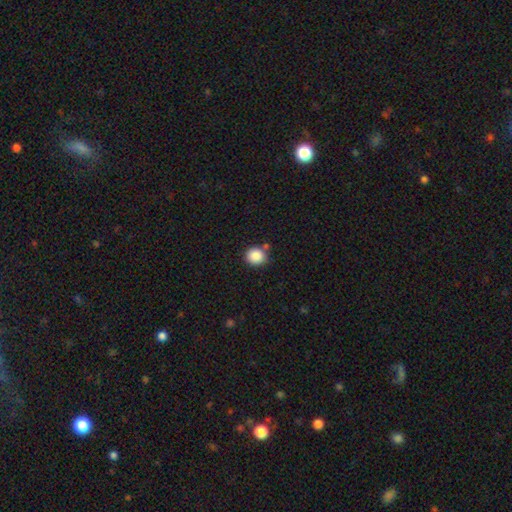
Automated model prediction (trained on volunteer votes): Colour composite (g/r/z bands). It shows a smooth galaxy with no disk features (87%) that is round (85%). Merging: none (78%).